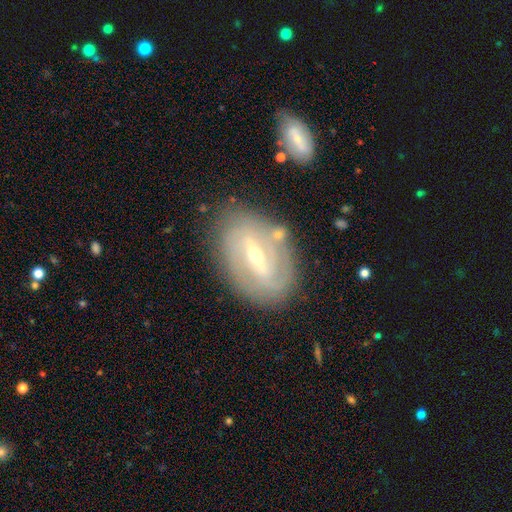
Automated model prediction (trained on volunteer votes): Smooth or featured? featured or disk (81%)
Edge-on disk? no (92%)
Bar? strong (53%)
Spiral arms? yes (82%)
Spiral winding? tight (53%)
Spiral arm count? 2 (61%)
Bulge size? small (52%)
Merging? none (79%)